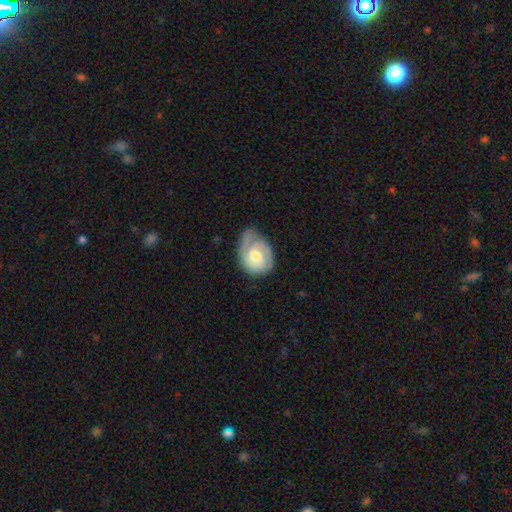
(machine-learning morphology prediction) Smooth or featured?
  - featured or disk: 68% *
  - smooth: 27%
  - star or artifact: 5%
Edge-on disk?
  - no: 97% *
  - yes: 3%
Bar?
  - no: 57% *
  - weak: 38%
  - strong: 6%
Spiral arms?
  - yes: 89% *
  - no: 11%
Spiral winding?
  - tight: 54% *
  - medium: 34%
  - loose: 12%
Spiral arm count?
  - 2: 41% *
  - 1: 30%
  - can't tell: 19%
  - 3: 7%
  - 4: 2%
  - more than 4: 2%
Bulge size?
  - moderate: 65% *
  - small: 18%
  - large: 13%
  - none: 2%
  - dominant: 1%
Merging?
  - none: 51% *
  - minor disturbance: 33%
  - major disturbance: 14%
  - merger: 2%